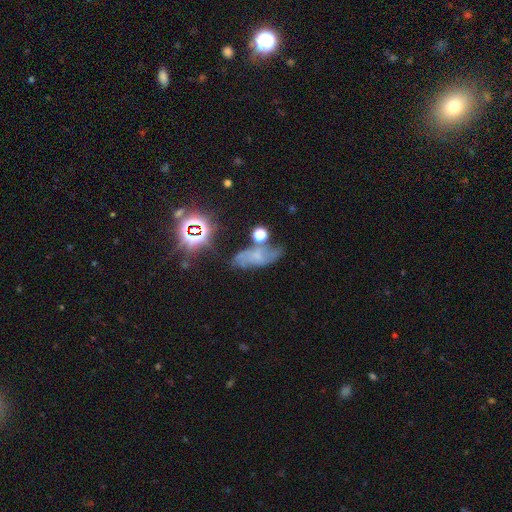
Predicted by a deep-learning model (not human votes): Smooth or featured? featured or disk (47%)
Merging? none (51%)